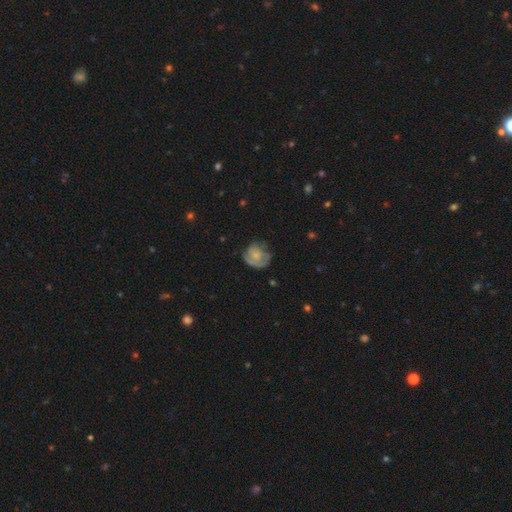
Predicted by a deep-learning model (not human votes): The model was most divided on "smooth or featured": featured or disk: 49%, smooth: 43%, star or artifact: 8%. More confident: merging — none (52%).